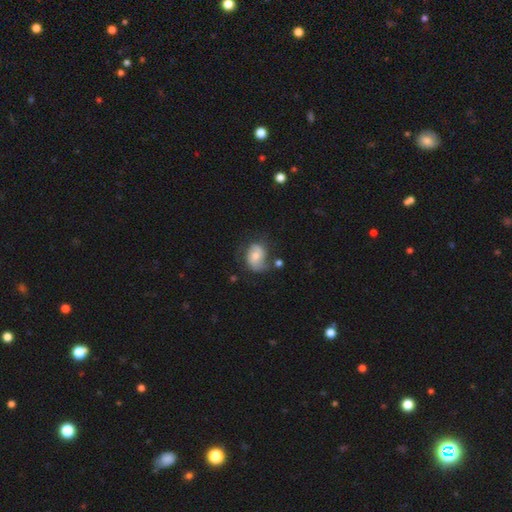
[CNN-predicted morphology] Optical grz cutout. It shows a smooth galaxy with no disk features (50%). Merging: none (51%).